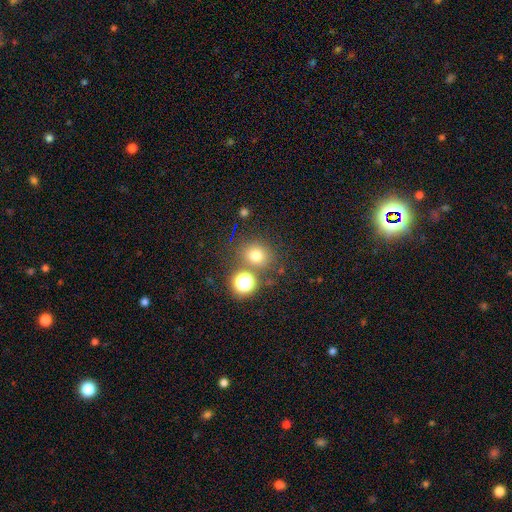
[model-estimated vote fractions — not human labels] Smooth or featured? Predicted: smooth (p=0.71). How rounded? Predicted: round (p=0.79). Merging? Predicted: none (p=0.74).